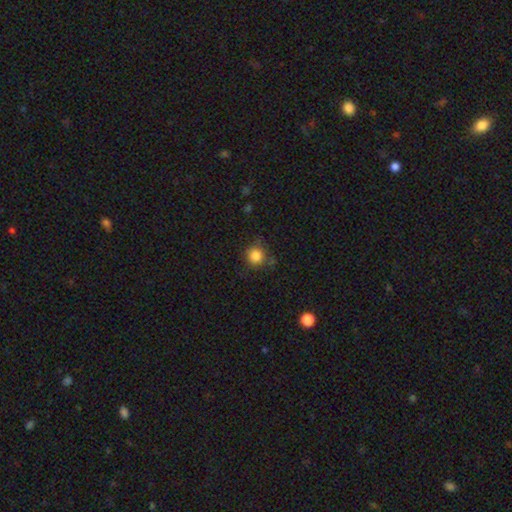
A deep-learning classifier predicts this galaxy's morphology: A smooth galaxy with no disk features (83%) that is round (90%).

Vote fractions:
- Smooth or featured? smooth: 83% / star or artifact: 11% / featured or disk: 5%
- How rounded? round: 90% / in between: 9% / cigar-shaped: 1%
- Merging? none: 74% / minor disturbance: 18% / major disturbance: 5% / merger: 3%